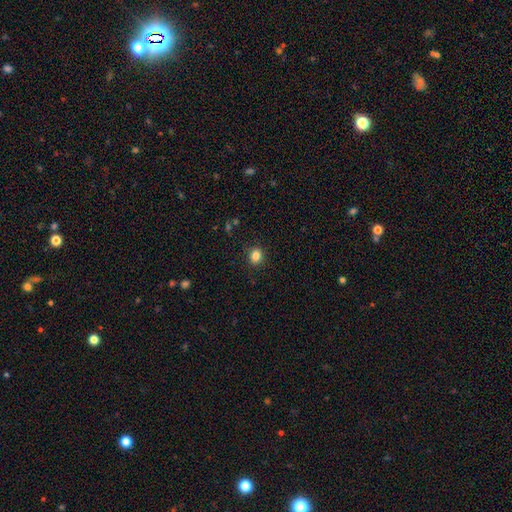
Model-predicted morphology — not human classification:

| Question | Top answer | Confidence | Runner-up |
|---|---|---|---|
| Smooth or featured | smooth | 84% | star or artifact (11%) |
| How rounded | round | 74% | in between (25%) |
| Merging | none | 89% | minor disturbance (8%) |